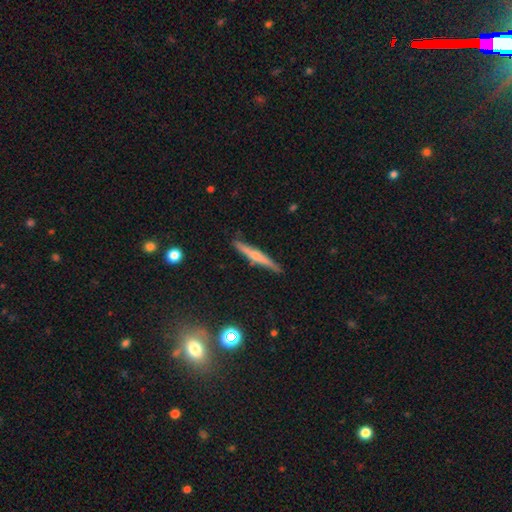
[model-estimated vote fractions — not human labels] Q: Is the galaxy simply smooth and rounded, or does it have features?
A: featured or disk — 55%.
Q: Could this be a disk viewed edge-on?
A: yes — 96%.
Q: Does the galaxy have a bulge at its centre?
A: rounded — 66%.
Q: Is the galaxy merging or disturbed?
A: none — 86%.